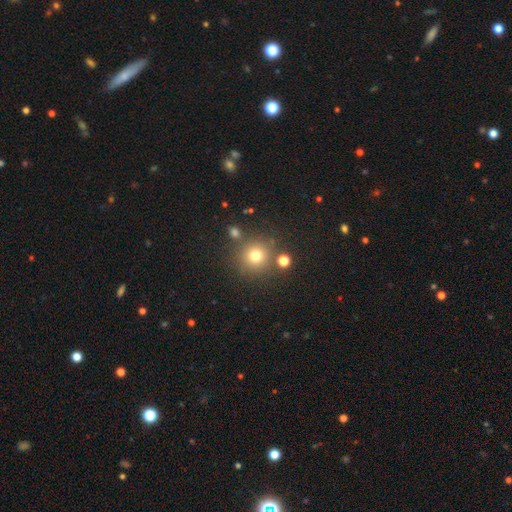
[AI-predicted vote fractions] Smooth or featured? Predicted: smooth (p=0.75). How rounded? Predicted: round (p=0.93). Merging? Predicted: none (p=0.80).